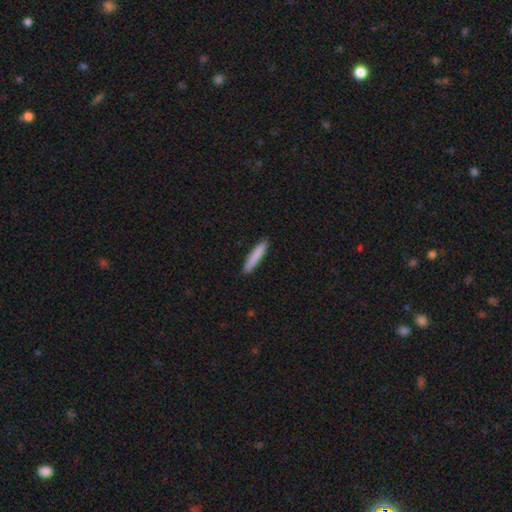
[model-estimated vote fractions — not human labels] This appears to be a smooth galaxy with no disk features (85%) that is cigar-shaped (93%). Merging: none (91%).